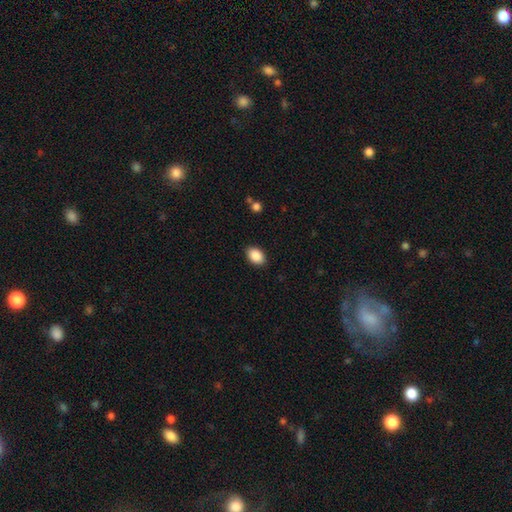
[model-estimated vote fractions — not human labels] A smooth galaxy with no disk features (89%) that is in between round and cigar-shaped (83%).

Vote fractions:
- Smooth or featured? smooth: 89% / star or artifact: 8% / featured or disk: 3%
- How rounded? in between: 83% / round: 15% / cigar-shaped: 1%
- Merging? none: 88% / minor disturbance: 9% / major disturbance: 2% / merger: 1%